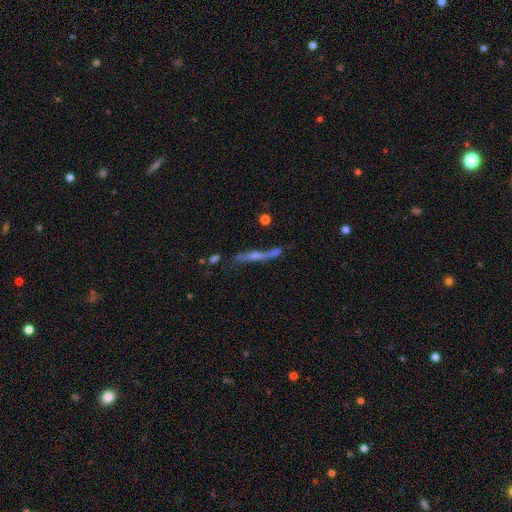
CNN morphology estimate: Smooth or featured: featured or disk — 67% (smooth — 21%)
Edge-on disk: yes — 86% (no — 14%)
Edge-on bulge: rounded — 64% (none — 27%)
Merging: none — 58% (minor disturbance — 21%)